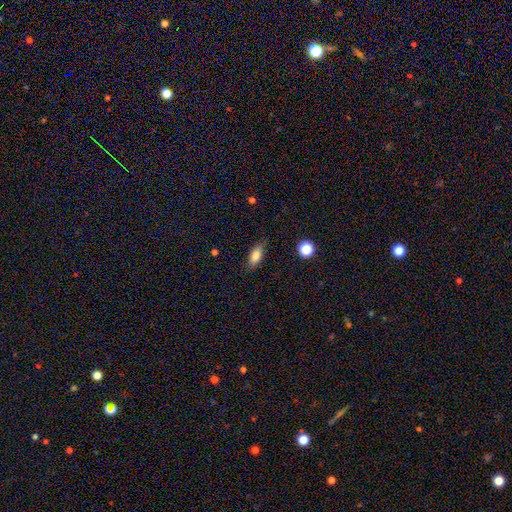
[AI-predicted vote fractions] Smooth or featured: smooth — 80% (featured or disk — 12%)
How rounded: in between — 76% (cigar-shaped — 20%)
Merging: none — 79% (minor disturbance — 16%)